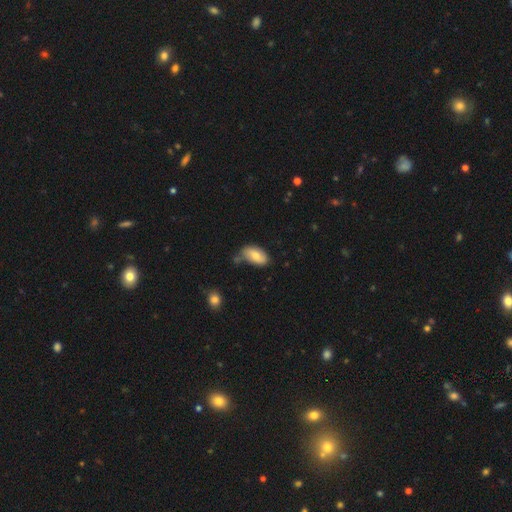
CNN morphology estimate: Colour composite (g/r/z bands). It shows a smooth galaxy with no disk features (74%) that is in between round and cigar-shaped (94%). Merging: none (61%).